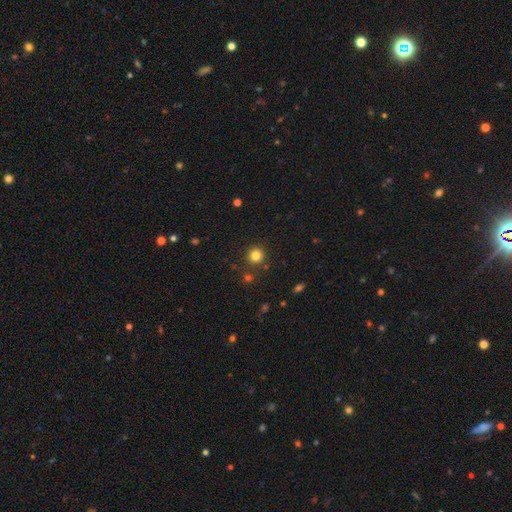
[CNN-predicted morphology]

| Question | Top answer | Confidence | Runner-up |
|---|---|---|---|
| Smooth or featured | smooth | 80% | star or artifact (15%) |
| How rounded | round | 92% | in between (7%) |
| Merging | none | 86% | minor disturbance (7%) |